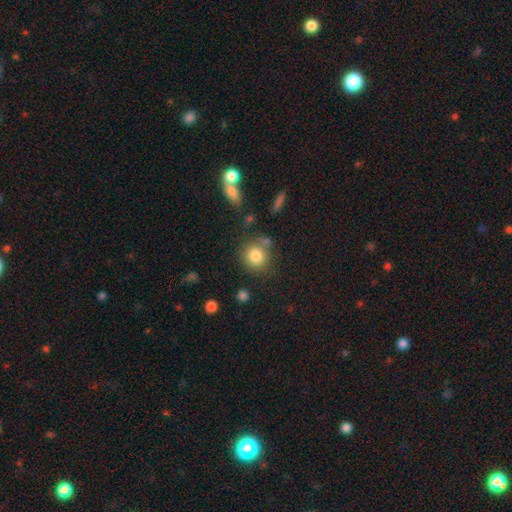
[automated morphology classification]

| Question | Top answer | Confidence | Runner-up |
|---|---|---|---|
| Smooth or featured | smooth | 82% | star or artifact (10%) |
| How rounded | round | 88% | in between (11%) |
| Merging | none | 70% | minor disturbance (13%) |